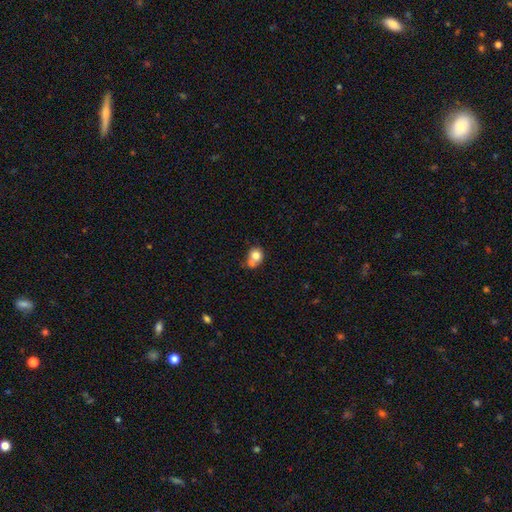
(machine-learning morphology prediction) smooth-or-featured: smooth: 76% | featured or disk: 15% | star or artifact: 10%
  how-rounded: round: 67% | in between: 32% | cigar-shaped: 1%
  merging: merger: 41% | none: 37% | minor disturbance: 16% | major disturbance: 7%